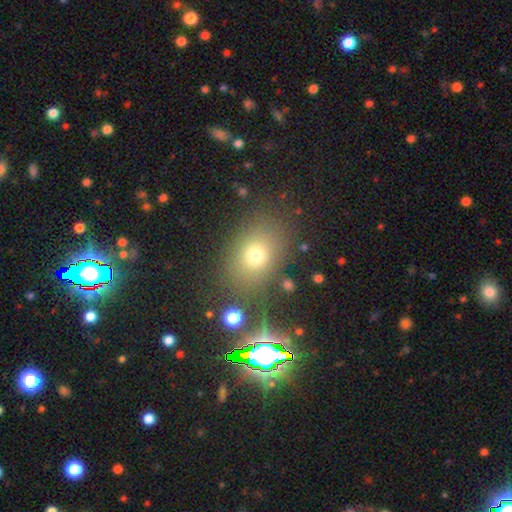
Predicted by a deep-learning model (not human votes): A smooth galaxy with no disk features (68%) that is in between round and cigar-shaped (58%). Merging: none (78%).